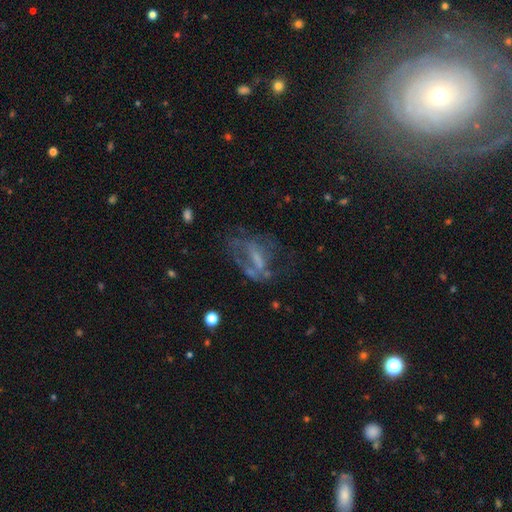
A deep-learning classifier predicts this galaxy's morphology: Smooth or featured? Predicted: featured or disk (p=0.58). Edge-on disk? Predicted: no (p=0.90). Bar? Predicted: no (p=0.41). Spiral arms? Predicted: no (p=0.60). Bulge size? Predicted: none (p=0.44). Merging? Predicted: none (p=0.42).